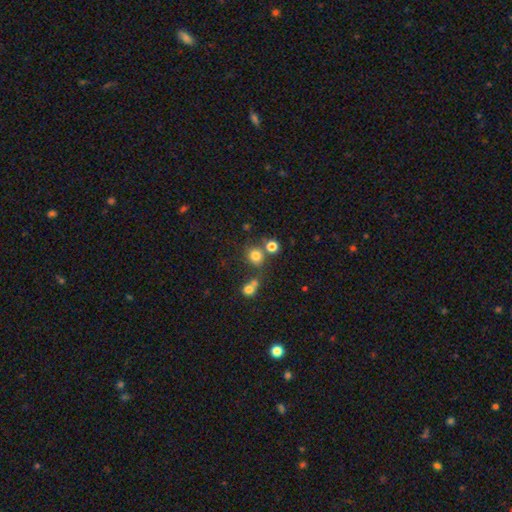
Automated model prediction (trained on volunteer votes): Smooth or featured? Predicted: smooth (p=0.77). How rounded? Predicted: round (p=0.85). Merging? Predicted: none (p=0.66).